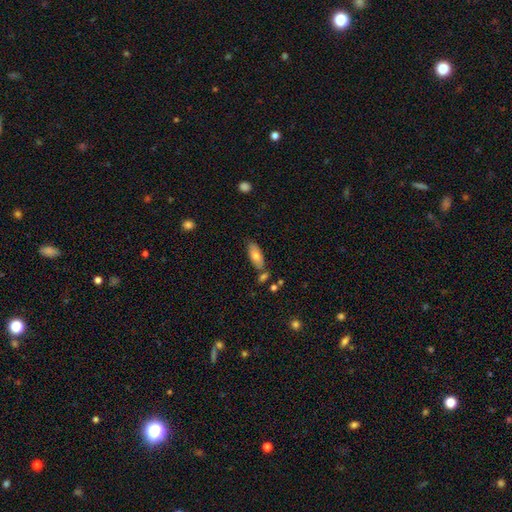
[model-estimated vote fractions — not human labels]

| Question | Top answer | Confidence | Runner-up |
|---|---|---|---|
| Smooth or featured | smooth | 75% | featured or disk (19%) |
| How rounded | in between | 83% | cigar-shaped (15%) |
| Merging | none | 70% | minor disturbance (15%) |